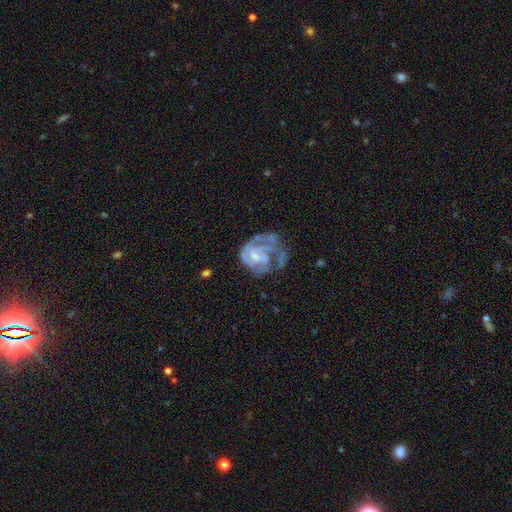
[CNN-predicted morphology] A featured or disk galaxy (78%) with no bar (57%), tight (44%) spiral arms (81%) and a small central bulge (53%).

Vote fractions:
- Smooth or featured? featured or disk: 78% / smooth: 15% / star or artifact: 7%
- Edge-on disk? no: 98% / yes: 2%
- Bar? no: 57% / weak: 37% / strong: 7%
- Spiral arms? yes: 81% / no: 19%
- Spiral winding? tight: 44% / medium: 39% / loose: 17%
- Spiral arm count? can't tell: 34% / 3: 24% / 2: 20% / 1: 9% / 4: 8% / more than 4: 4%
- Bulge size? small: 53% / moderate: 29% / none: 15% / large: 2% / dominant: 1%
- Merging? major disturbance: 41% / none: 32% / minor disturbance: 22% / merger: 5%